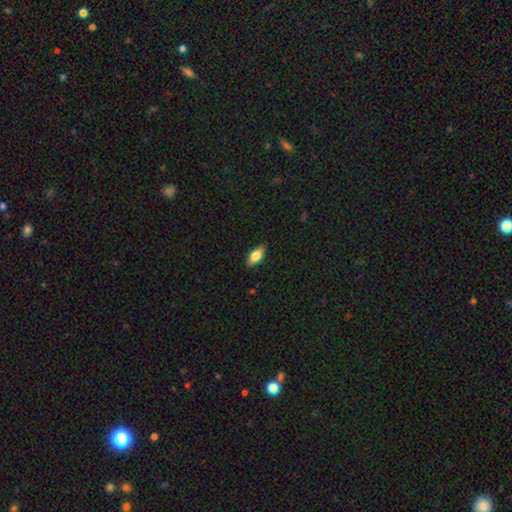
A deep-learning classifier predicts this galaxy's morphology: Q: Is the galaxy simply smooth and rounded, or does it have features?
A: smooth — 80%.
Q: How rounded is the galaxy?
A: in between — 88%.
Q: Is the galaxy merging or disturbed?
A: none — 88%.